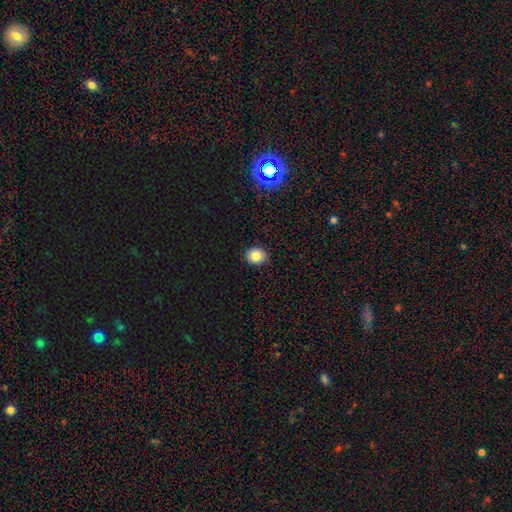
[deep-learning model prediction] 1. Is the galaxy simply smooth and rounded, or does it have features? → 80% smooth, 13% star or artifact, 7% featured or disk.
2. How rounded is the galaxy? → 81% round, 18% in between, 1% cigar-shaped.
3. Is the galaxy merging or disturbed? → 89% none, 8% minor disturbance, 2% major disturbance, 1% merger.